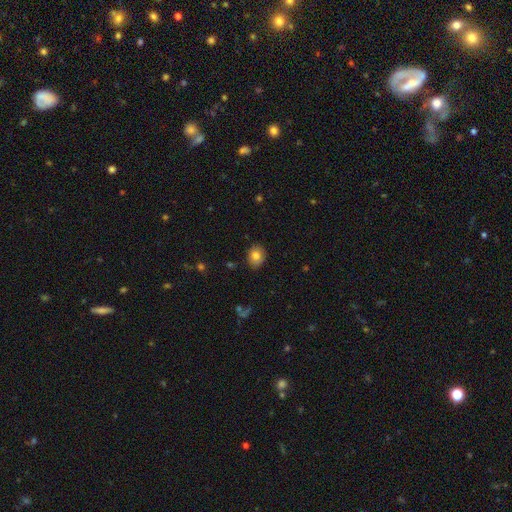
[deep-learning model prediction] Morphology: type=smooth (81%); roundness=round (53%); merging=none (87%).